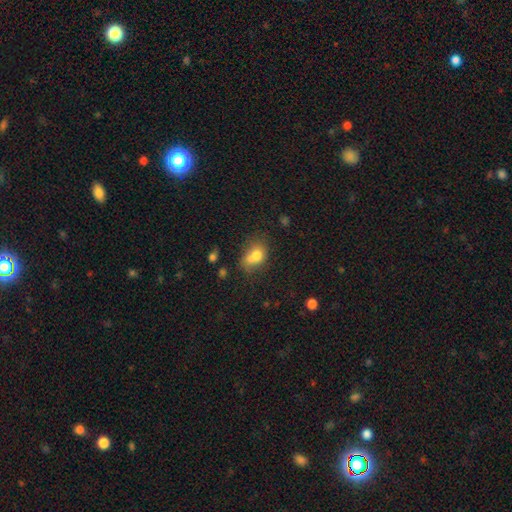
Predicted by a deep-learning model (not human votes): Smooth or featured?
  - smooth: 72% *
  - featured or disk: 17%
  - star or artifact: 11%
How rounded?
  - in between: 57% *
  - round: 42%
  - cigar-shaped: 1%
Merging?
  - merger: 46% *
  - none: 30%
  - minor disturbance: 15%
  - major disturbance: 8%